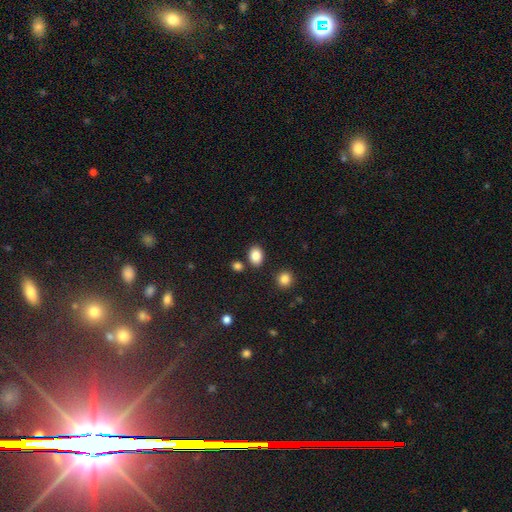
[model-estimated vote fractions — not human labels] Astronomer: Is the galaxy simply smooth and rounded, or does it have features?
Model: smooth — 86%.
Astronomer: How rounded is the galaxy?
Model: in between — 68%.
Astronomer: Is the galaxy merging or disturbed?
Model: none — 81%.